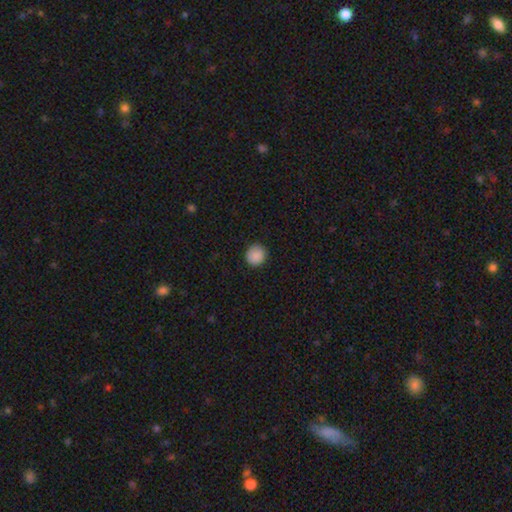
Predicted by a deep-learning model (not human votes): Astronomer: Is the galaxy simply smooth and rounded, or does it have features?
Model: smooth — 89%.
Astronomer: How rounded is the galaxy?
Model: round — 93%.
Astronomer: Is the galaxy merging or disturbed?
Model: none — 92%.